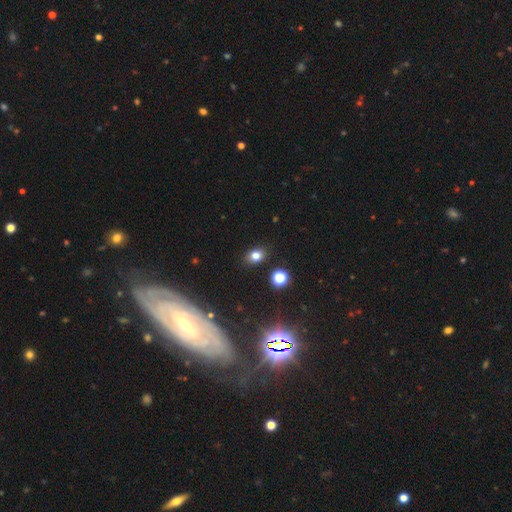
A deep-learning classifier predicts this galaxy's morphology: smooth 77%, star or artifact 16%, featured or disk 8%. Down the decision tree: how rounded — in between (66%); merging — none (87%).